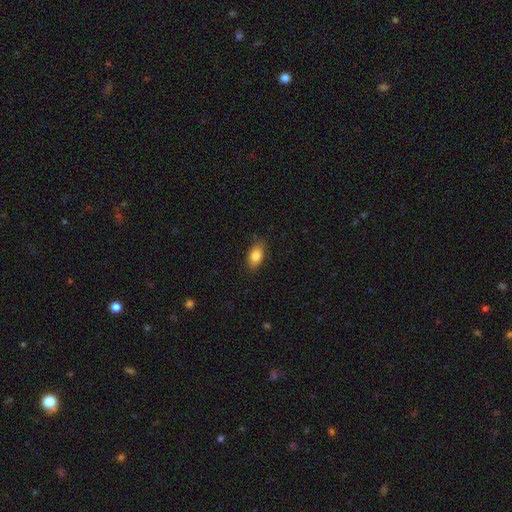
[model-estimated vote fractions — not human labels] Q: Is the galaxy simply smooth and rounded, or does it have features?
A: smooth — 83%.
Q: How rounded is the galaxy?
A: in between — 89%.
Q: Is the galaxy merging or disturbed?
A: none — 85%.